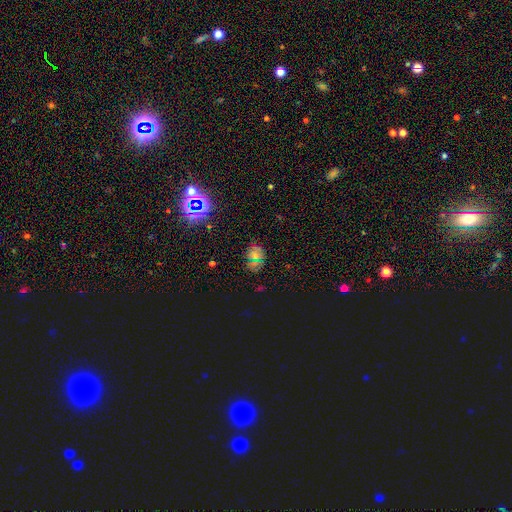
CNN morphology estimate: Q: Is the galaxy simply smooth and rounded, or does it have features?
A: smooth — 50%.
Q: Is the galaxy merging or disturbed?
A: none — 80%.